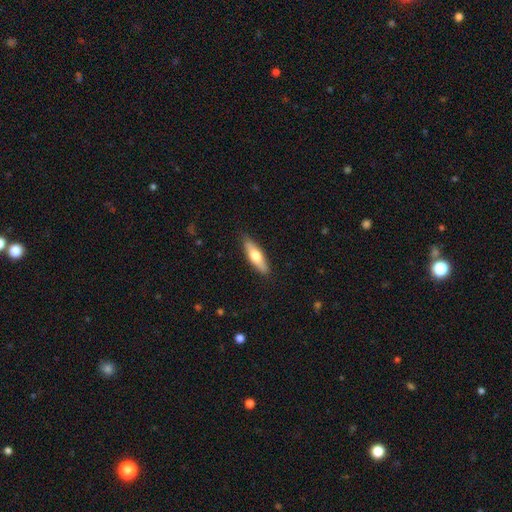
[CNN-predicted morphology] smooth-or-featured: smooth: 61% | featured or disk: 34% | star or artifact: 5%
  how-rounded: cigar-shaped: 58% | in between: 40% | round: 2%
  merging: none: 87% | minor disturbance: 10% | major disturbance: 2% | merger: 1%